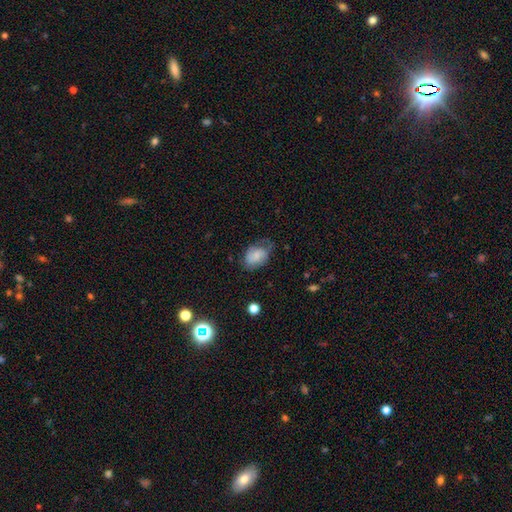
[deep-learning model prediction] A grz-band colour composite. It shows a smooth galaxy with no disk features (64%) that is in between round and cigar-shaped (80%). Merging: none (46%).